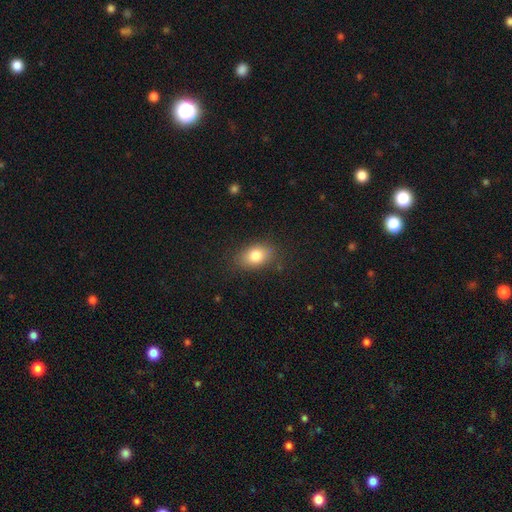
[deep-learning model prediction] Smooth or featured? Predicted: smooth (p=0.81). How rounded? Predicted: in between (p=0.80). Merging? Predicted: none (p=0.82).